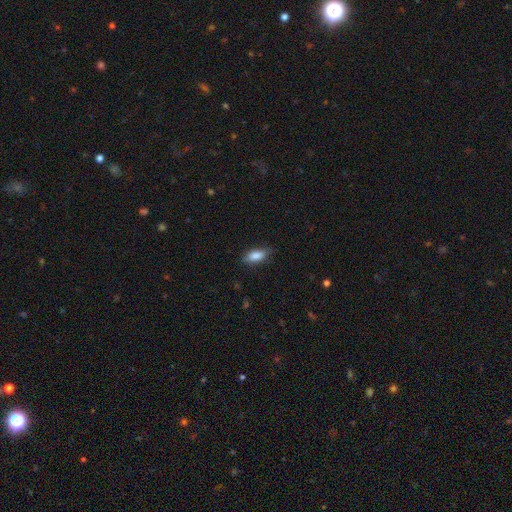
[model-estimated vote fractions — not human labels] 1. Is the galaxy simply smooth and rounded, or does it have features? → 83% smooth, 10% featured or disk, 7% star or artifact.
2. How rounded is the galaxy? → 82% in between, 15% cigar-shaped, 3% round.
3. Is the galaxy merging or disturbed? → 77% none, 18% minor disturbance, 3% major disturbance, 1% merger.